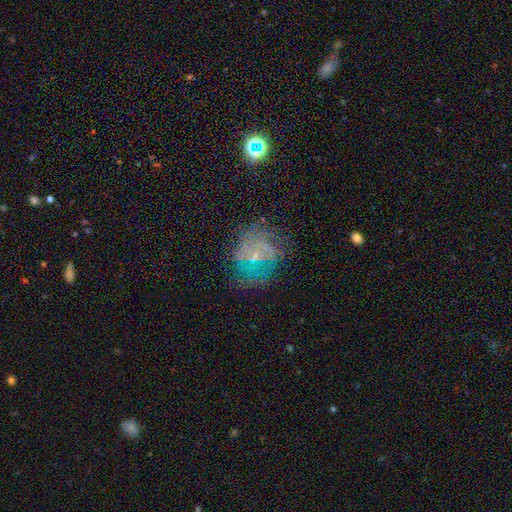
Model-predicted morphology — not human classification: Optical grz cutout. It shows a featured or disk galaxy (60%) with no bar (52%), spiral arms (71%) and a small central bulge (66%). Merging: none (62%).